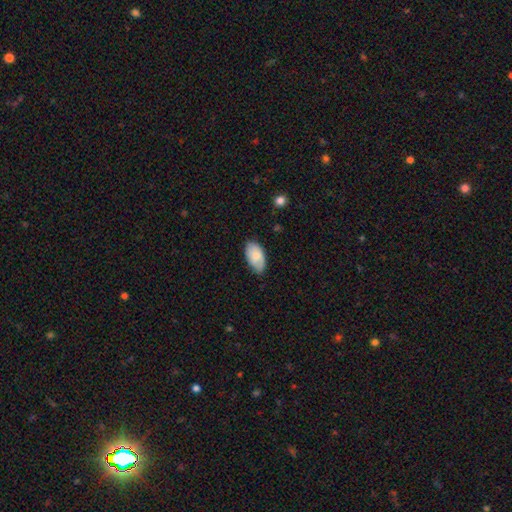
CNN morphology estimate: smooth_or_featured: smooth (p=0.78) [alt: featured or disk p=0.16]
how_rounded: in between (p=0.95) [alt: round p=0.03]
merging: none (p=0.73) [alt: minor disturbance p=0.22]